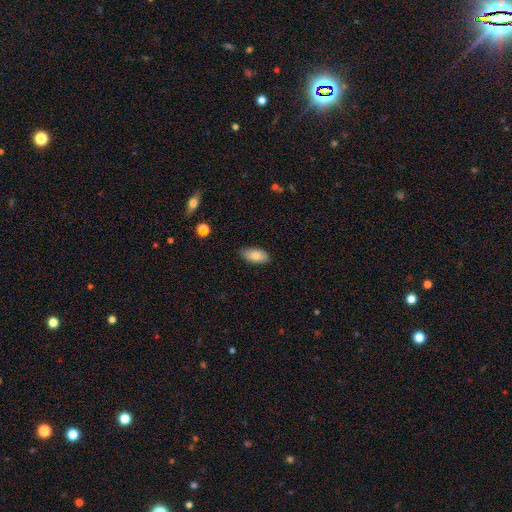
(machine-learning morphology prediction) smooth_or_featured: smooth (p=0.82) [alt: featured or disk p=0.11]
how_rounded: in between (p=0.93) [alt: cigar-shaped p=0.04]
merging: none (p=0.76) [alt: minor disturbance p=0.20]